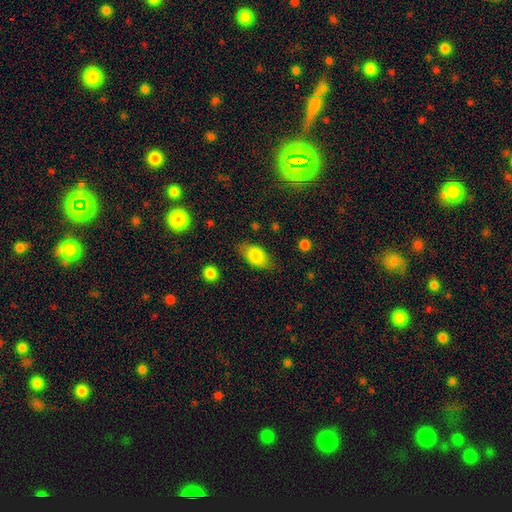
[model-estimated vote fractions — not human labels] This is clearly a smooth galaxy (81%). How rounded: clearly in between (88%). Merging: likely none (74%).